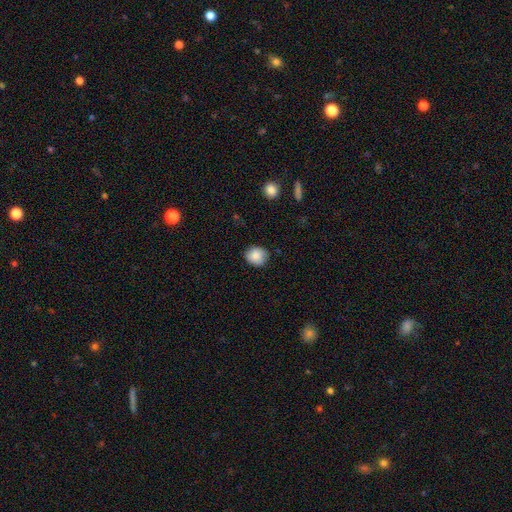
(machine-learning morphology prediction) Smooth or featured?
  - smooth: 86% *
  - star or artifact: 8%
  - featured or disk: 6%
How rounded?
  - round: 84% *
  - in between: 15%
  - cigar-shaped: 1%
Merging?
  - none: 84% *
  - minor disturbance: 13%
  - major disturbance: 2%
  - merger: 1%